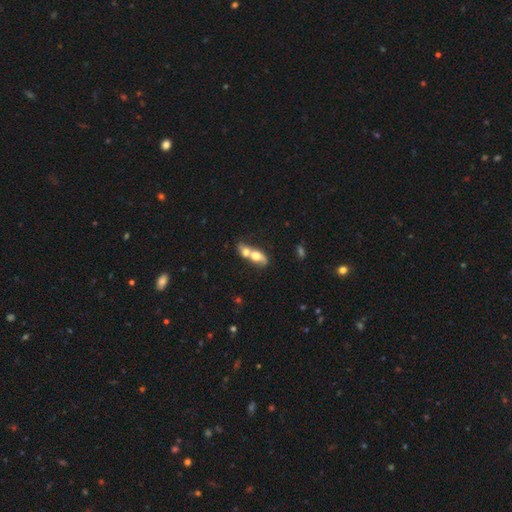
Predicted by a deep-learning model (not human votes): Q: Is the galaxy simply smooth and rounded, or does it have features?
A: smooth — 58%.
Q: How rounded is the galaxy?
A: in between — 65%.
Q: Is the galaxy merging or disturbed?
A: merger — 73%.